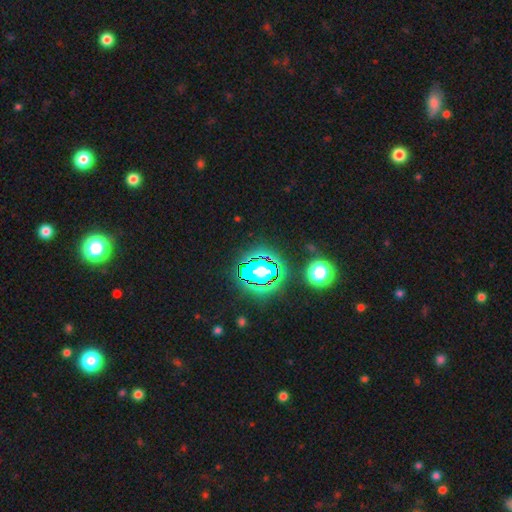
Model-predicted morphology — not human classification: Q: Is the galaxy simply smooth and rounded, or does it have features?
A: star or artifact — 82%.